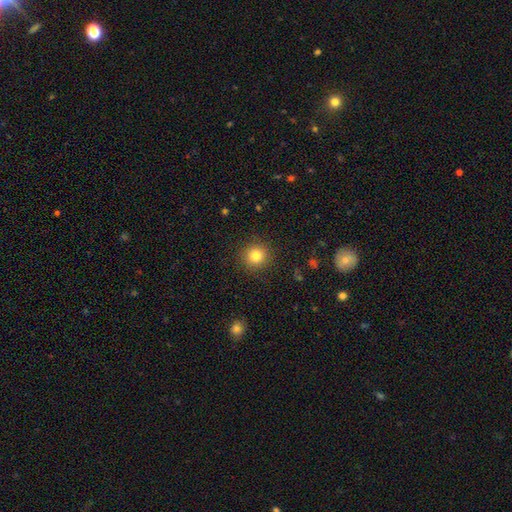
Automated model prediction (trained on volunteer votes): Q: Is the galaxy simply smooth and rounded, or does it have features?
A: smooth — 82%.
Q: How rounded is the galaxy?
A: round — 93%.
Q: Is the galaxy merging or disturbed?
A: none — 91%.